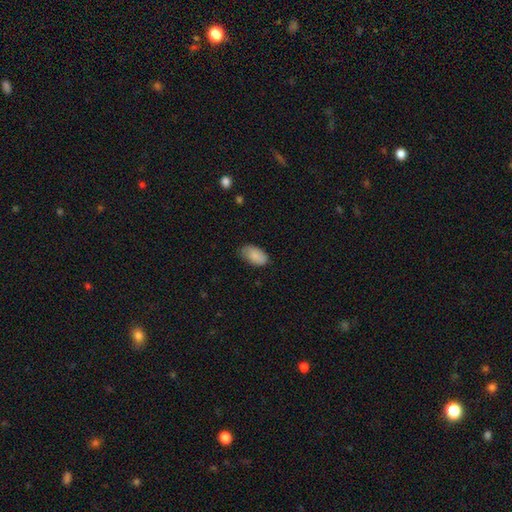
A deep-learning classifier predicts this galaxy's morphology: The model was most divided on "merging": none: 75%, minor disturbance: 21%, major disturbance: 3%, merger: 1%. More confident: how rounded — in between (95%); smooth or featured — smooth (86%).